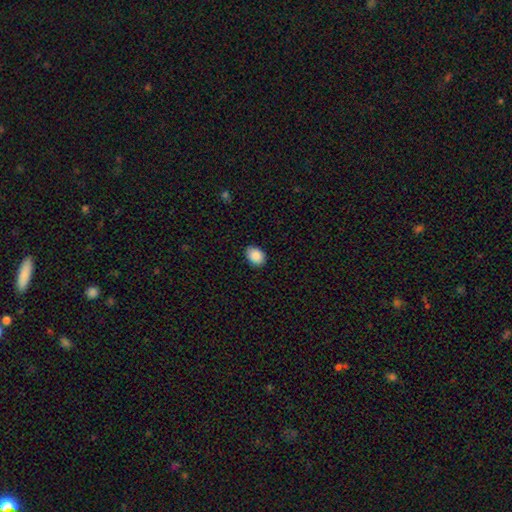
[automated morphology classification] Smooth or featured: smooth — 89% (star or artifact — 8%)
How rounded: in between — 70% (round — 29%)
Merging: none — 85% (minor disturbance — 12%)